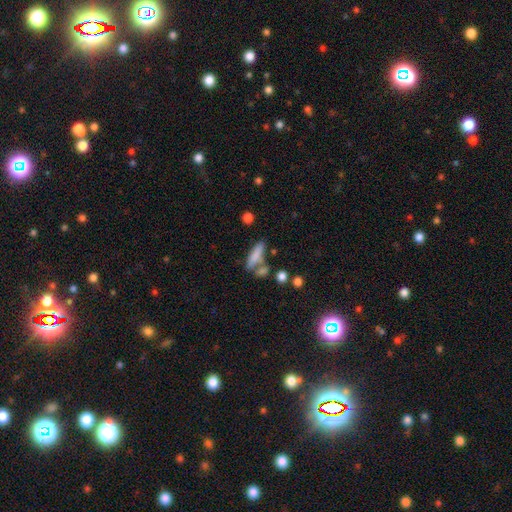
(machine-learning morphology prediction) The model was most divided on "how rounded": cigar-shaped: 57%, in between: 40%, round: 3%. More confident: smooth or featured — smooth (76%); merging — none (52%).